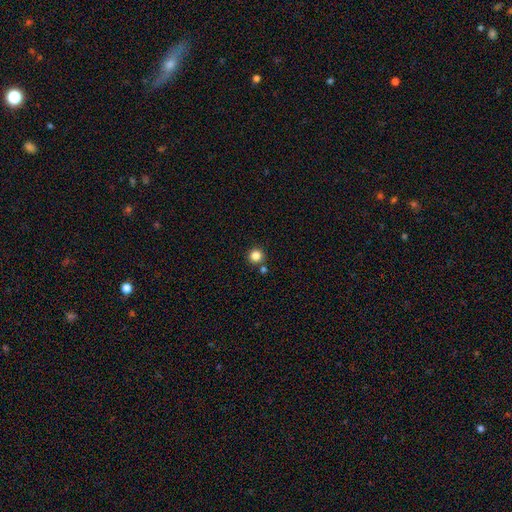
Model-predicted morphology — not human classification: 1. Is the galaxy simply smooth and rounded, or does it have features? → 84% smooth, 12% star or artifact, 4% featured or disk.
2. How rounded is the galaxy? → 95% round, 4% in between, 1% cigar-shaped.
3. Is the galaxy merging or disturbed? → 83% none, 8% merger, 6% minor disturbance, 2% major disturbance.